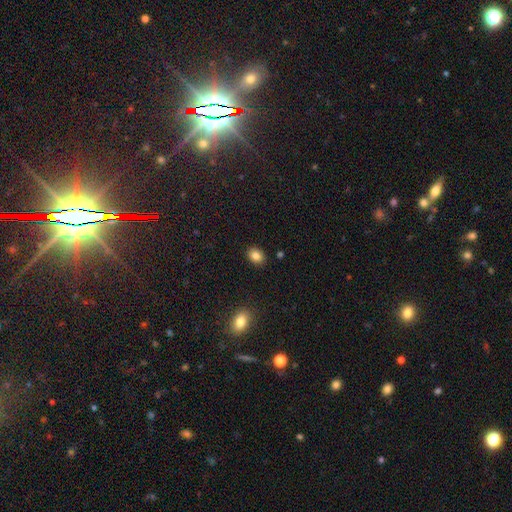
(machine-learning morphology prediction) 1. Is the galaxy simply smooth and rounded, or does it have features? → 84% smooth, 10% star or artifact, 6% featured or disk.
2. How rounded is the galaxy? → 65% in between, 34% round, 1% cigar-shaped.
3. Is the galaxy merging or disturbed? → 88% none, 8% minor disturbance, 2% major disturbance, 2% merger.